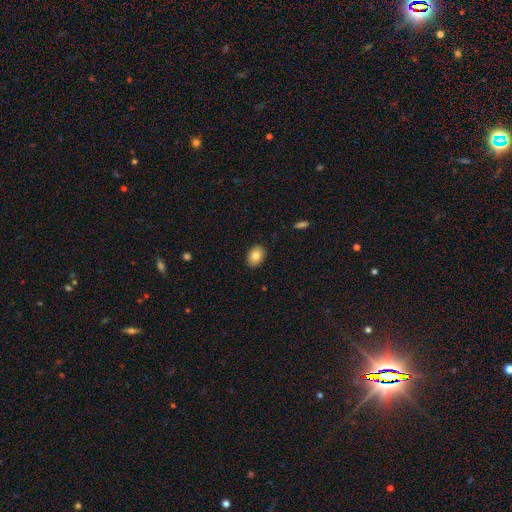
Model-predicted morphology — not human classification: This is clearly a smooth galaxy (82%). How rounded: likely in between (77%). Merging: clearly none (89%).